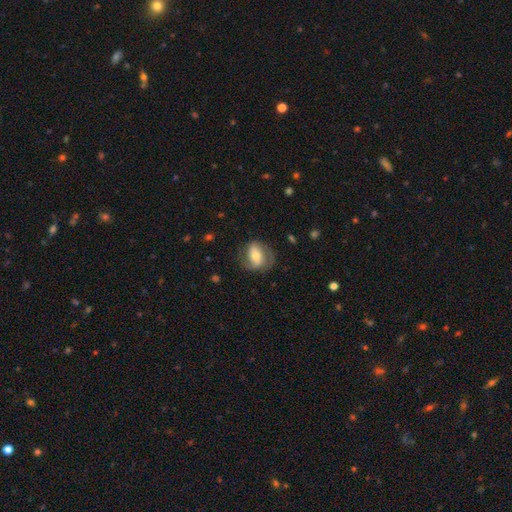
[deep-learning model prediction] A featured or disk galaxy (51%). Merging: none (67%).